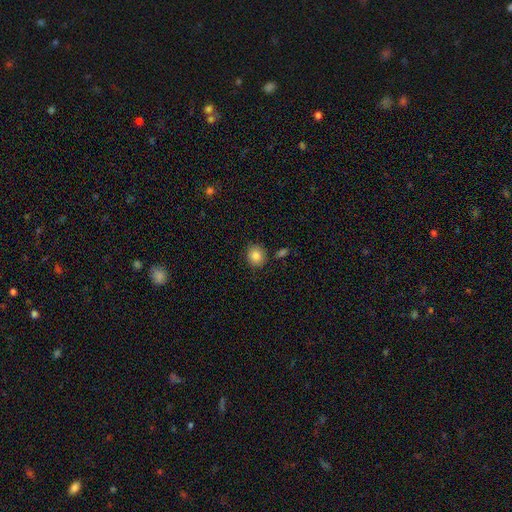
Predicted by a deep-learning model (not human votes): smooth_or_featured: smooth (p=0.85) [alt: star or artifact p=0.09]
how_rounded: round (p=0.77) [alt: in between p=0.23]
merging: none (p=0.85) [alt: minor disturbance p=0.10]